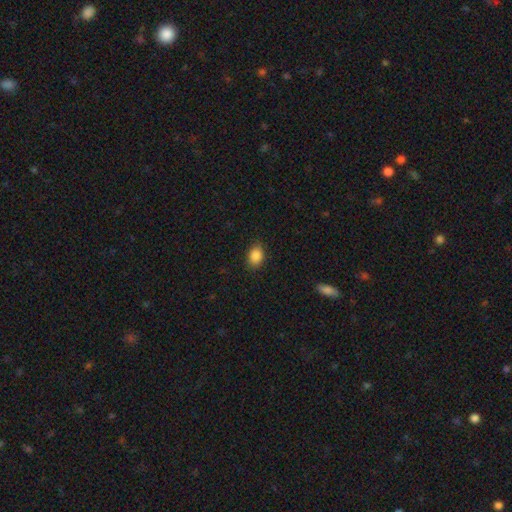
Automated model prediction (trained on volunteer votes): The model was most divided on "how rounded": in between: 68%, round: 31%, cigar-shaped: 1%. More confident: smooth or featured — smooth (87%); merging — none (85%).